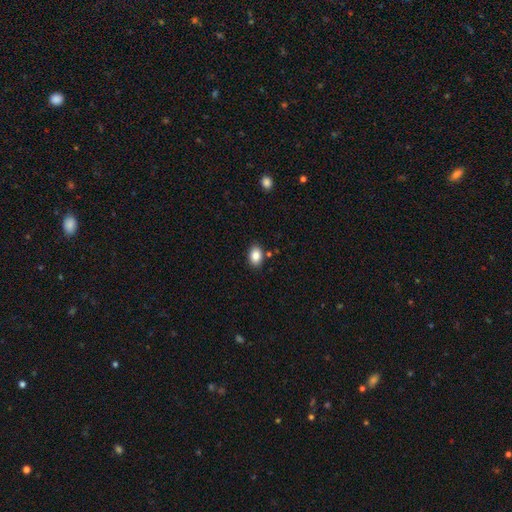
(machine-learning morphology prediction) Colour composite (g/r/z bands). It shows a smooth galaxy with no disk features (85%) that is in between round and cigar-shaped (83%). Merging: none (86%).